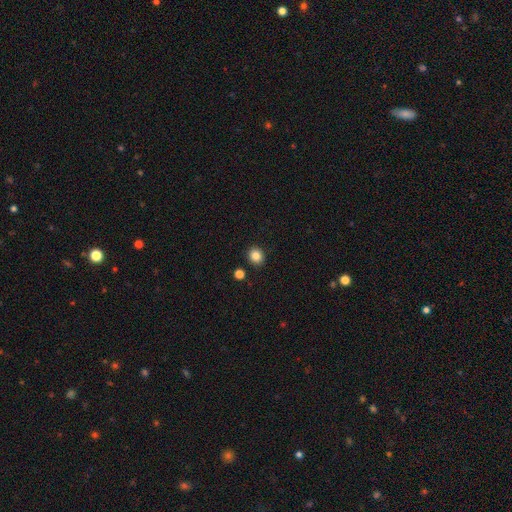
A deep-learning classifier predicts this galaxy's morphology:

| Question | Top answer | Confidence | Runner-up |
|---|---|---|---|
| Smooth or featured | smooth | 85% | star or artifact (11%) |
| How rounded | round | 79% | in between (20%) |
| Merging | none | 90% | minor disturbance (6%) |